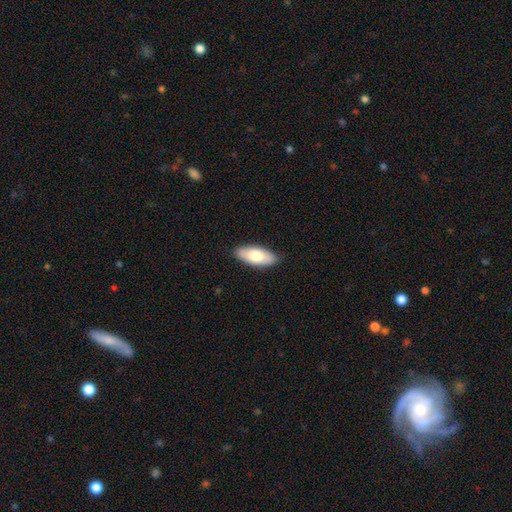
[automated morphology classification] Smooth or featured? smooth (74%)
How rounded? in between (84%)
Merging? none (87%)